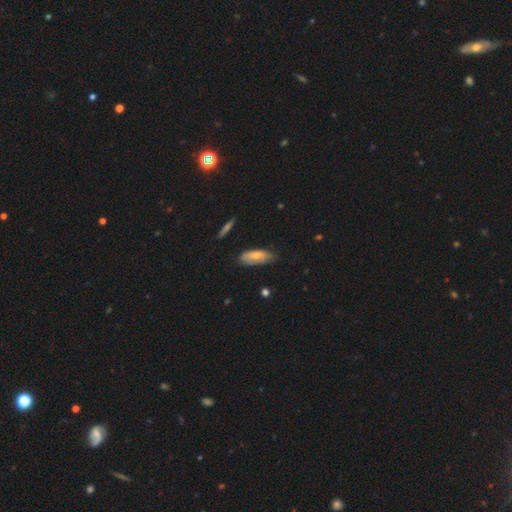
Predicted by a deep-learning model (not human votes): A smooth galaxy with no disk features (67%) that is in between round and cigar-shaped (76%). Merging: none (59%).